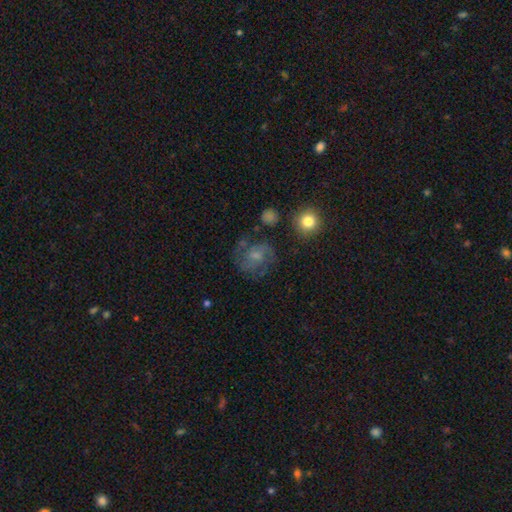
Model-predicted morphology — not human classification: Overall: featured or disk (51%; smooth 38%). Edge-on disk: no (97%). Merging: none (59%; minor disturbance 21%).